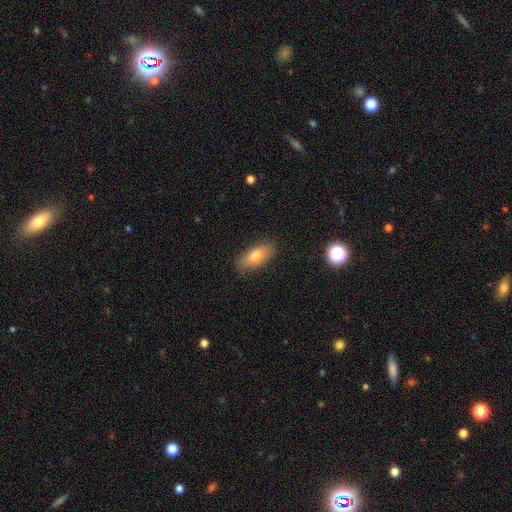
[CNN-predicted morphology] This appears to be a smooth galaxy with no disk features (77%) that is in between round and cigar-shaped (83%). Merging: none (86%).